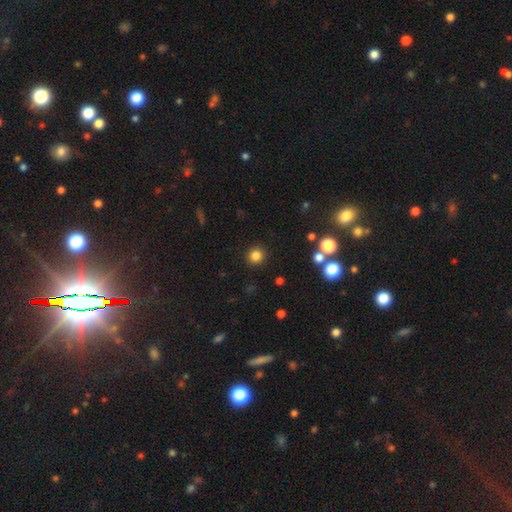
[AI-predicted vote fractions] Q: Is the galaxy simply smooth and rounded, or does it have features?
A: smooth — 83%.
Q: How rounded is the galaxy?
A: round — 93%.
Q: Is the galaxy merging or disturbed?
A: none — 91%.